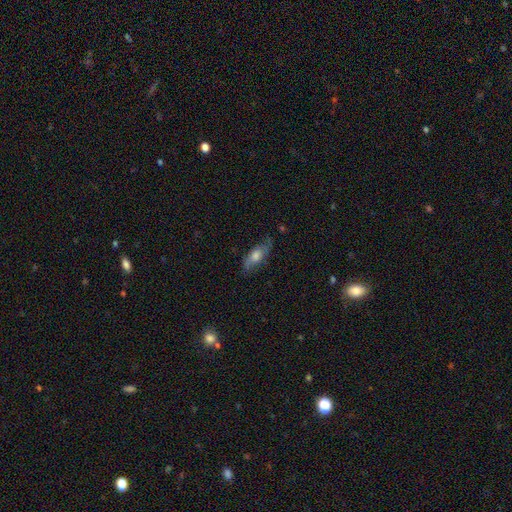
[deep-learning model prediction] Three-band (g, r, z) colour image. It shows a featured or disk galaxy (47%). Merging: none (73%).